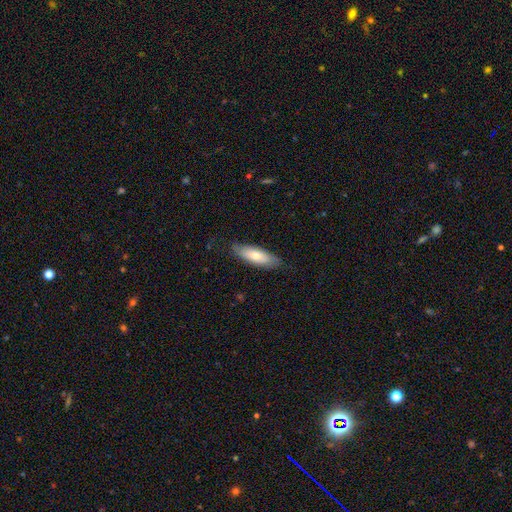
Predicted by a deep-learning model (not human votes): smooth-or-featured: smooth: 69% | featured or disk: 26% | star or artifact: 6%
  how-rounded: in between: 61% | cigar-shaped: 37% | round: 2%
  merging: none: 79% | minor disturbance: 17% | major disturbance: 3% | merger: 1%